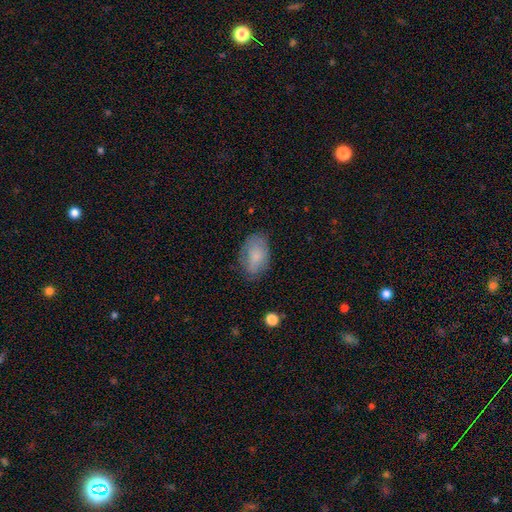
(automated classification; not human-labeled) smooth-or-featured: smooth: 76% | featured or disk: 17% | star or artifact: 7%
  how-rounded: in between: 90% | round: 9% | cigar-shaped: 2%
  merging: none: 70% | minor disturbance: 22% | major disturbance: 6% | merger: 1%